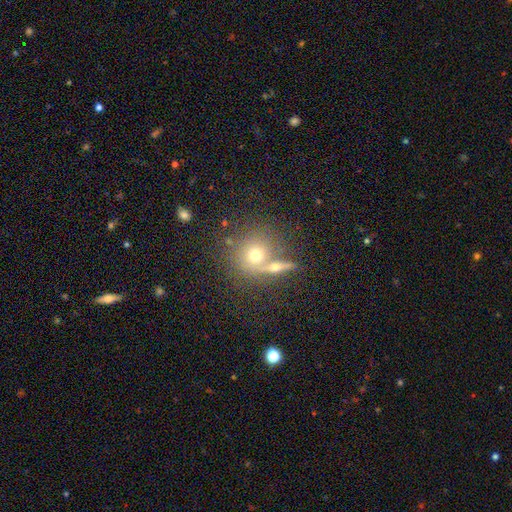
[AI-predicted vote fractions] Morphology: type=smooth (61%); roundness=round (87%); merging=none (55%).